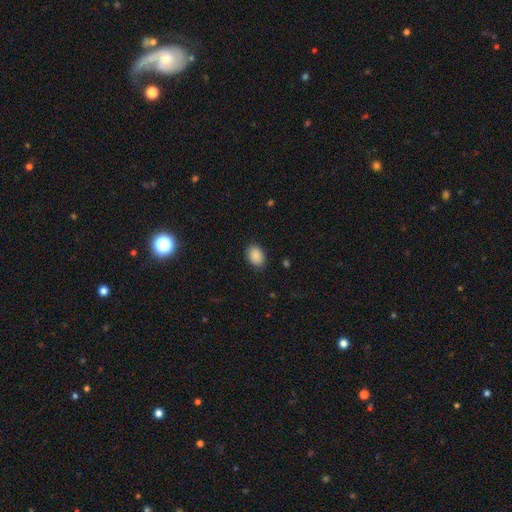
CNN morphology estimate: Smooth or featured: smooth — 89% (star or artifact — 8%)
How rounded: in between — 79% (round — 20%)
Merging: none — 86% (minor disturbance — 10%)